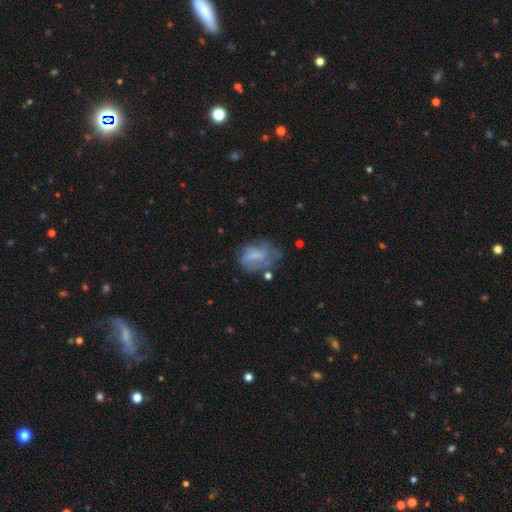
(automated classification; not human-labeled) smooth 50%, featured or disk 39%, star or artifact 11%. Down the decision tree: how rounded — in between (73%); merging — none (43%).